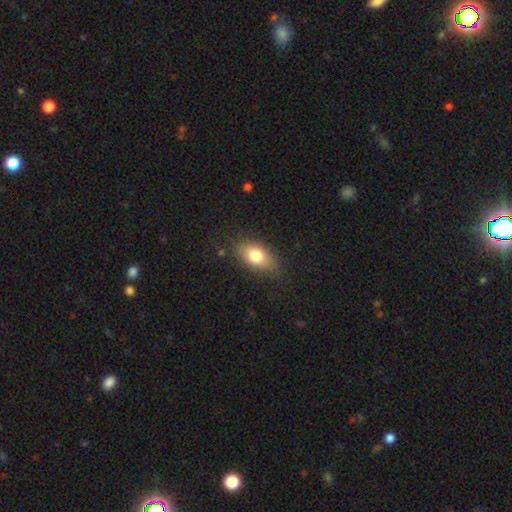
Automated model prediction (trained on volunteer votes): A smooth galaxy with no disk features (77%) that is in between round and cigar-shaped (85%).

Vote fractions:
- Smooth or featured? smooth: 77% / featured or disk: 15% / star or artifact: 8%
- How rounded? in between: 85% / round: 9% / cigar-shaped: 6%
- Merging? none: 81% / minor disturbance: 14% / major disturbance: 4% / merger: 1%